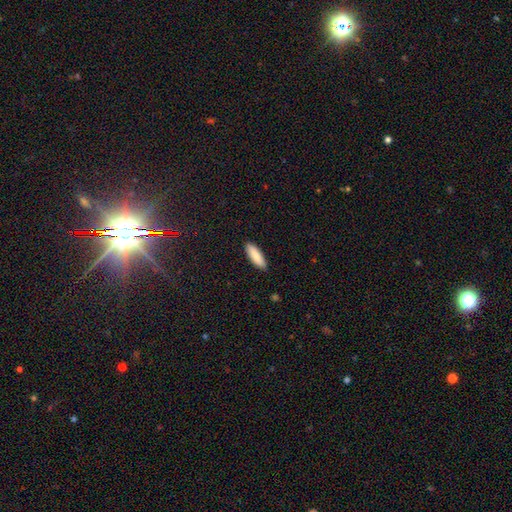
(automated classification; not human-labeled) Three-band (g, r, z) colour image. It shows a smooth galaxy with no disk features (87%) that is in between round and cigar-shaped (53%). Merging: none (89%).